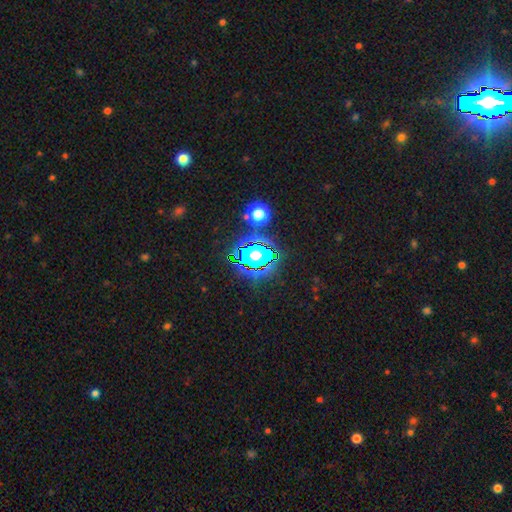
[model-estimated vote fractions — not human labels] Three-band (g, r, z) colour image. It shows a star or artifact, not a galaxy (74%).